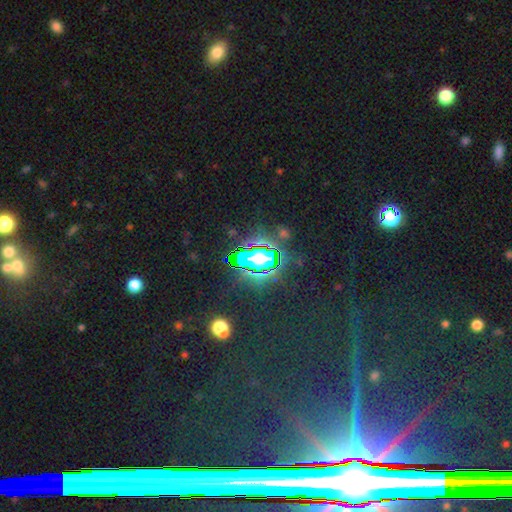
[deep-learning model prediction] Morphology: type=star or artifact (77%).